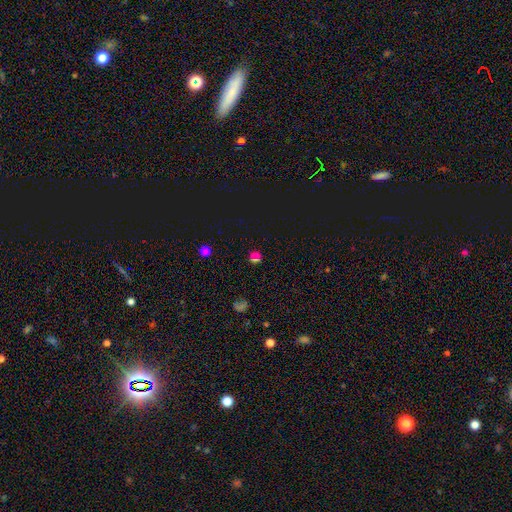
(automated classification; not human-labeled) A star or artifact, not a galaxy (49%).

Vote fractions:
- Smooth or featured? star or artifact: 49% / smooth: 43% / featured or disk: 8%